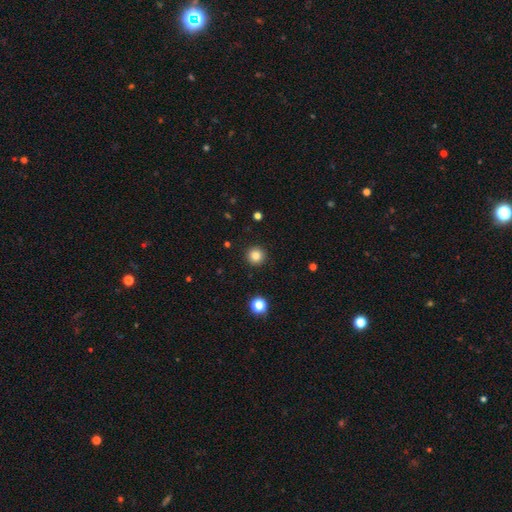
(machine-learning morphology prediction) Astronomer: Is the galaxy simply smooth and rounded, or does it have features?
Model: smooth — 83%.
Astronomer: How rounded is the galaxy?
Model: round — 96%.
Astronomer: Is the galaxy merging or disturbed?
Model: none — 93%.